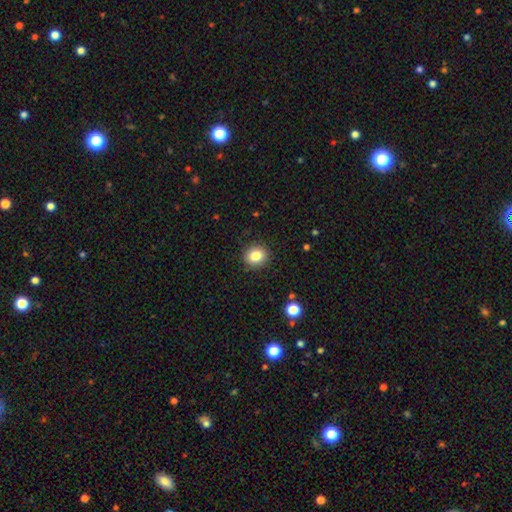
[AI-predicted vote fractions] Smooth or featured: smooth — 83% (star or artifact — 10%)
How rounded: round — 81% (in between — 18%)
Merging: none — 90% (minor disturbance — 7%)